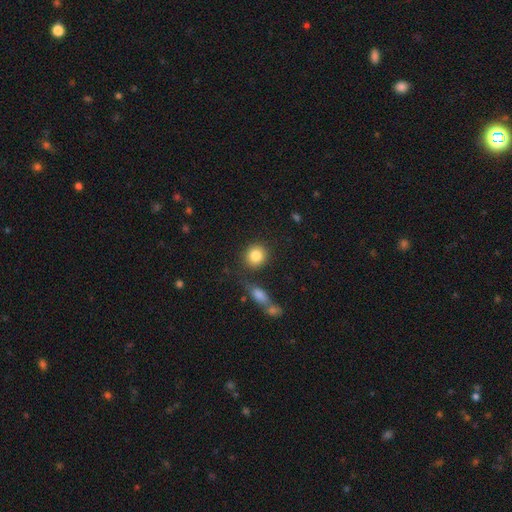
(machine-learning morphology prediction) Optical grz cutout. It shows a smooth galaxy with no disk features (84%) that is round (86%). Merging: none (81%).